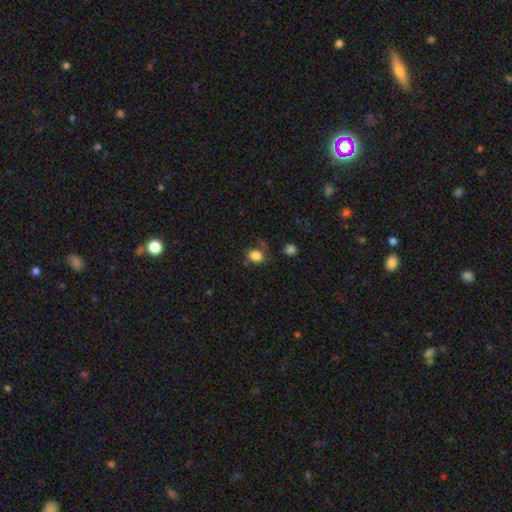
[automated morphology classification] This is clearly a smooth galaxy (83%). How rounded: possibly round (51%). Merging: likely none (63%).